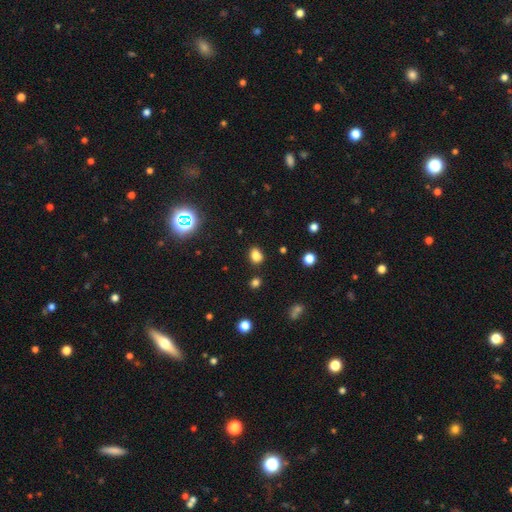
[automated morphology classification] Smooth or featured: smooth — 81% (star or artifact — 15%)
How rounded: in between — 60% (round — 39%)
Merging: none — 85% (minor disturbance — 10%)